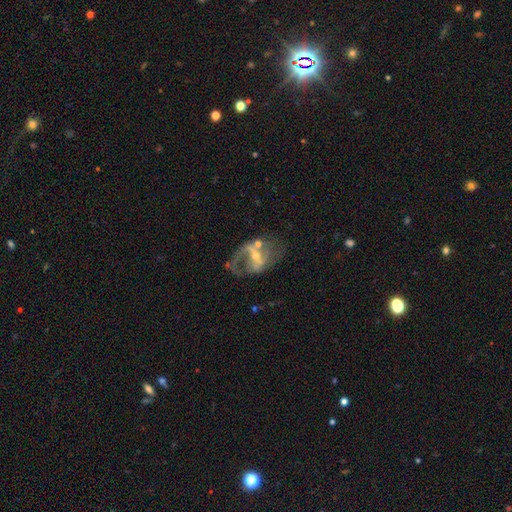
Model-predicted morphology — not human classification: Smooth or featured? Predicted: featured or disk (p=0.85). Edge-on disk? Predicted: no (p=0.97). Bar? Predicted: strong (p=0.41). Spiral arms? Predicted: yes (p=0.86). Spiral winding? Predicted: loose (p=0.49). Spiral arm count? Predicted: 2 (p=0.72). Bulge size? Predicted: small (p=0.59). Merging? Predicted: none (p=0.43).